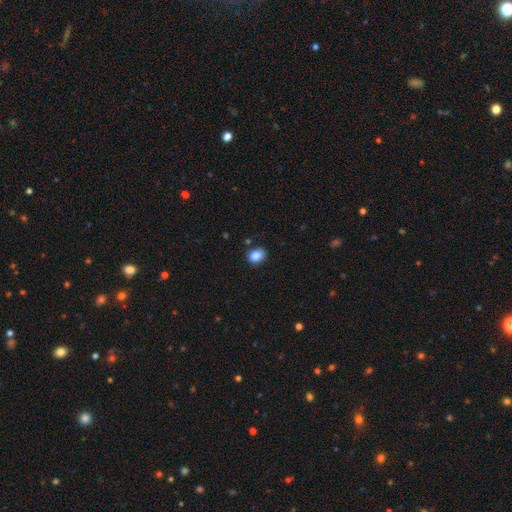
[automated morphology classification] type=smooth (85%); roundness=round (54%); merging=none (82%).